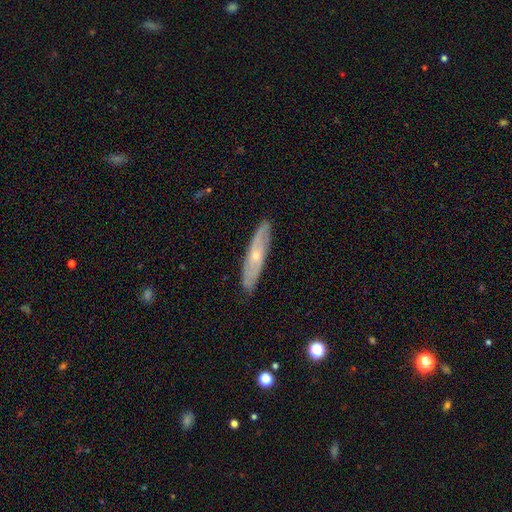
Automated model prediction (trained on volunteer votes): Q: Smooth or featured?
A: featured or disk (60%); runner-up: smooth (33%)
Q: Edge-on disk?
A: no (50%); tied with: yes (50%)
Q: Merging?
A: none (84%); runner-up: minor disturbance (13%)